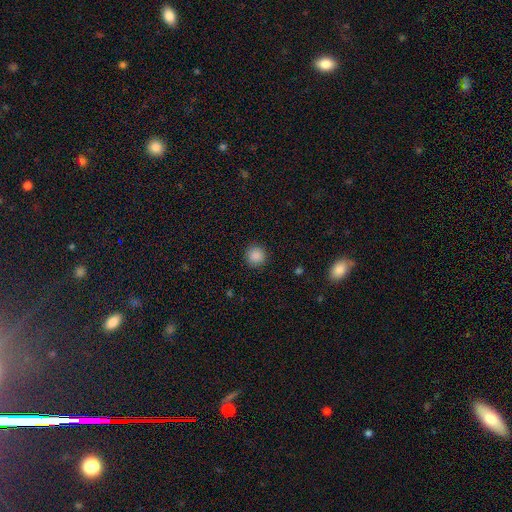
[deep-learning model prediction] The model was most divided on "smooth or featured": smooth: 88%, star or artifact: 10%, featured or disk: 3%. More confident: how rounded — round (94%); merging — none (91%).